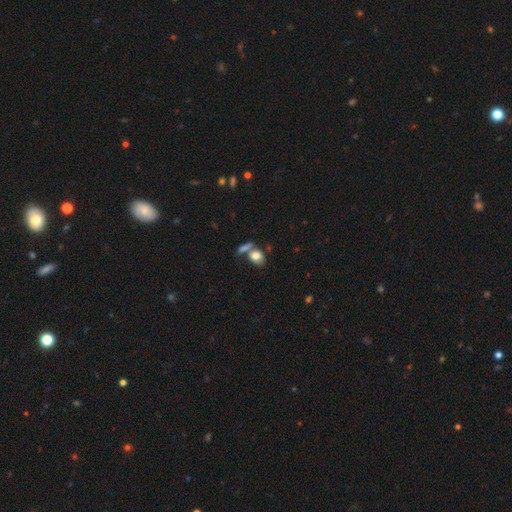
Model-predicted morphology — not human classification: This is likely a smooth galaxy (78%). How rounded: possibly in between (58%). Merging: possibly none (48%).